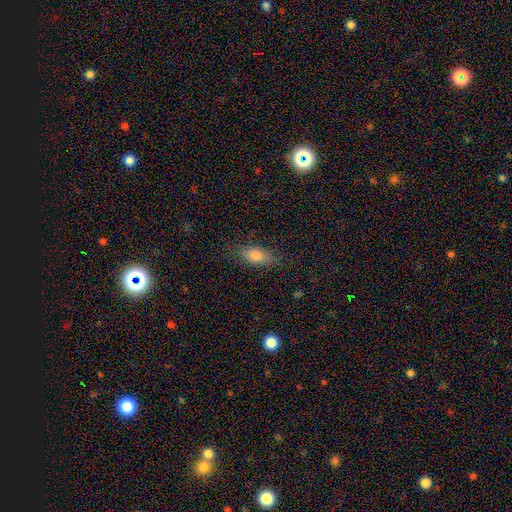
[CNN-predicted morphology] smooth_or_featured: smooth (p=0.75) [alt: featured or disk p=0.16]
how_rounded: in between (p=0.79) [alt: cigar-shaped p=0.16]
merging: none (p=0.79) [alt: minor disturbance p=0.15]